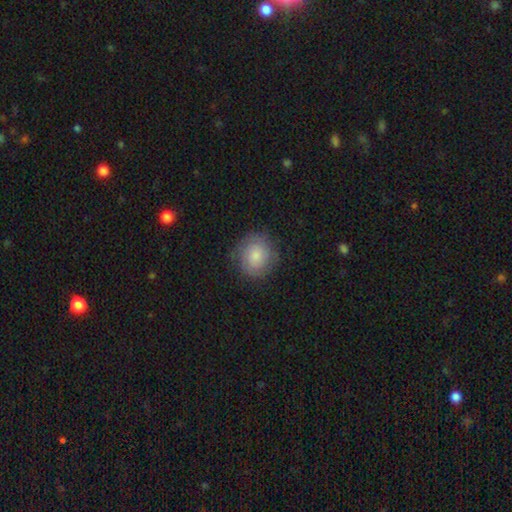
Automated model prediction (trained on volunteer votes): Morphology: type=smooth (69%); roundness=round (86%); merging=none (79%).